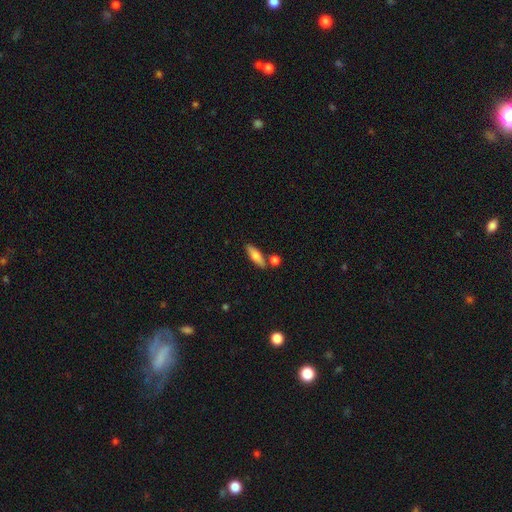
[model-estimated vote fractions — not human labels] Smooth or featured?
  - smooth: 67% *
  - featured or disk: 26%
  - star or artifact: 7%
How rounded?
  - cigar-shaped: 56% *
  - in between: 41%
  - round: 3%
Merging?
  - none: 77% *
  - minor disturbance: 11%
  - merger: 10%
  - major disturbance: 3%